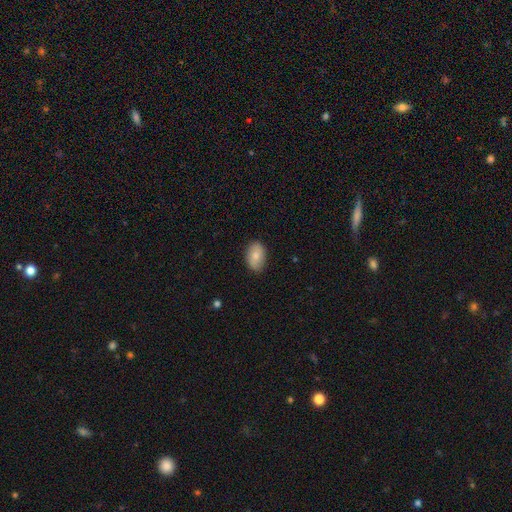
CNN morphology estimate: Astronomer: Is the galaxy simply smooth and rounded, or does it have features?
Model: smooth — 78%.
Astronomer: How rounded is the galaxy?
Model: in between — 88%.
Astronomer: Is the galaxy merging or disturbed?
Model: none — 85%.